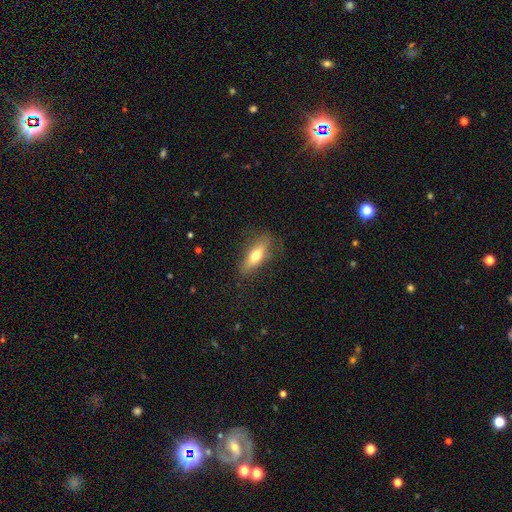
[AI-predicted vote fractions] Smooth or featured? Predicted: smooth (p=0.63). How rounded? Predicted: in between (p=0.50). Merging? Predicted: none (p=0.76).